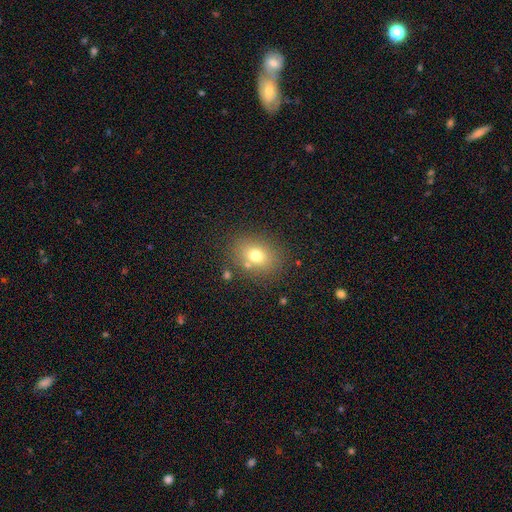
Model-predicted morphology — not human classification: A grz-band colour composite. It shows a smooth galaxy with no disk features (71%) that is in between round and cigar-shaped (54%). Merging: none (77%).